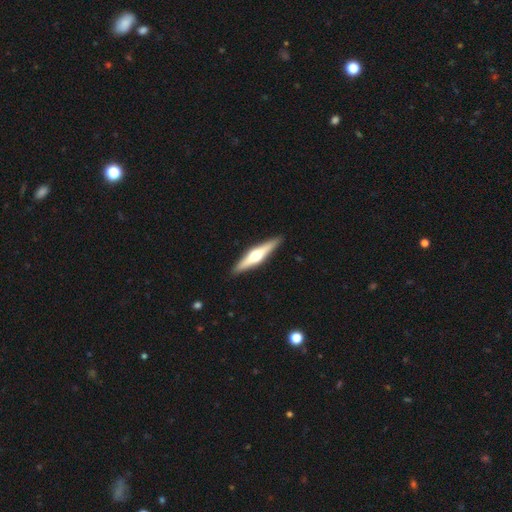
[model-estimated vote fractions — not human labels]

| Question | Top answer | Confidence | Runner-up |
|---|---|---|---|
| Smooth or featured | featured or disk | 65% | smooth (30%) |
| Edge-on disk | yes | 97% | no (3%) |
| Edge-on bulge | rounded | 94% | boxy (4%) |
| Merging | none | 91% | minor disturbance (6%) |